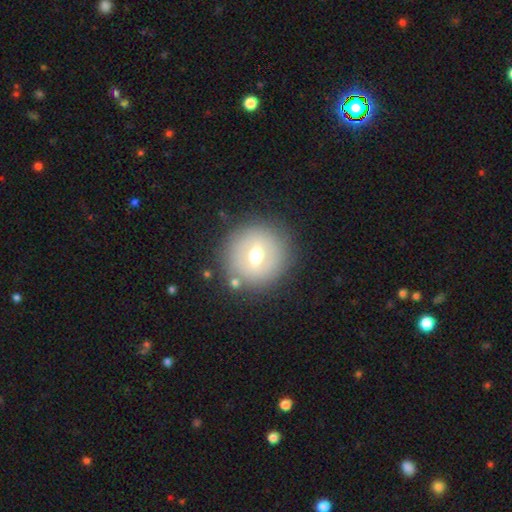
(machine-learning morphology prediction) Smooth or featured?
  - smooth: 52% *
  - featured or disk: 39%
  - star or artifact: 9%
How rounded?
  - round: 92% *
  - in between: 7%
  - cigar-shaped: 1%
Merging?
  - none: 84% *
  - minor disturbance: 9%
  - major disturbance: 4%
  - merger: 3%